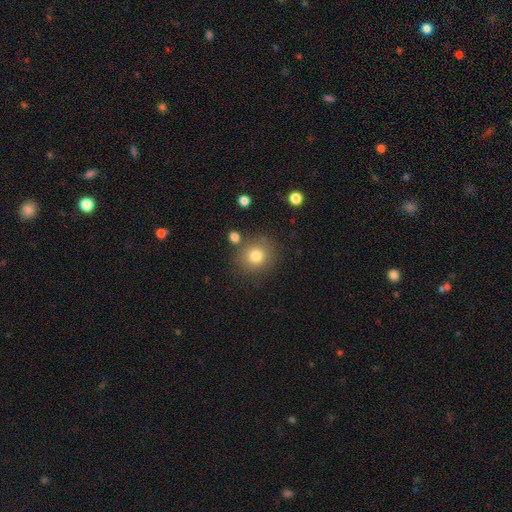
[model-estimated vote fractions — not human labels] smooth-or-featured: smooth: 79% | star or artifact: 12% | featured or disk: 9%
  how-rounded: round: 85% | in between: 14% | cigar-shaped: 1%
  merging: none: 80% | minor disturbance: 10% | merger: 6% | major disturbance: 4%